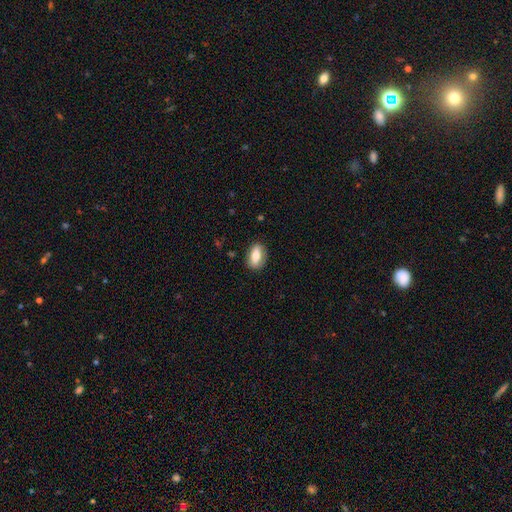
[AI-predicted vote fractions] This is likely a smooth galaxy (69%). How rounded: clearly in between (84%). Merging: clearly none (83%).